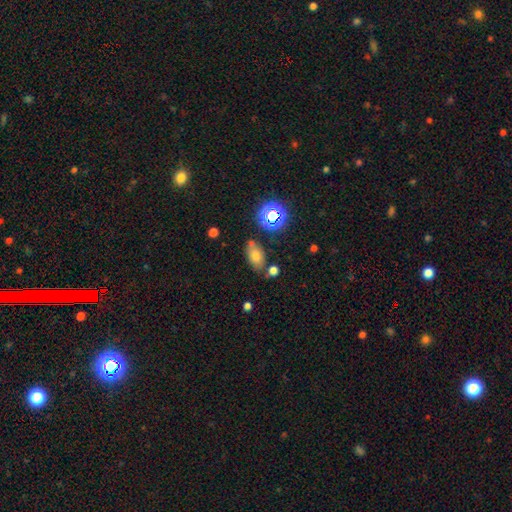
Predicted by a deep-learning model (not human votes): Smooth or featured? Predicted: smooth (p=0.66). How rounded? Predicted: in between (p=0.86). Merging? Predicted: none (p=0.68).